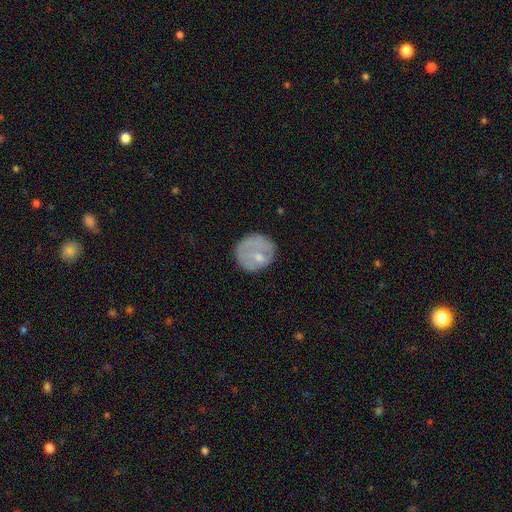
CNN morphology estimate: smooth-or-featured: smooth: 63% | featured or disk: 29% | star or artifact: 8%
  how-rounded: round: 84% | in between: 15% | cigar-shaped: 1%
  merging: none: 65% | minor disturbance: 22% | major disturbance: 11% | merger: 2%